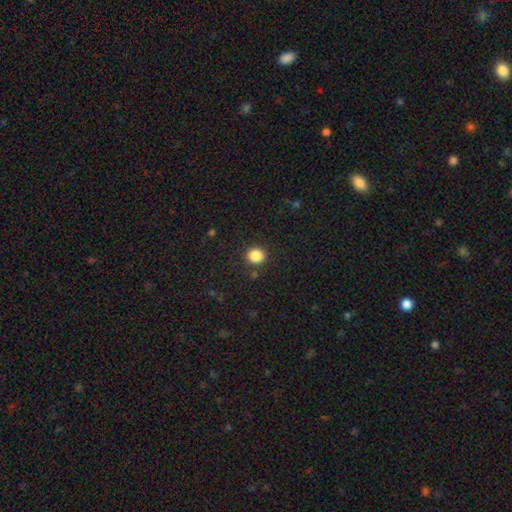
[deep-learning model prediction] This is clearly a smooth galaxy (86%). How rounded: clearly round (86%). Merging: clearly none (89%).